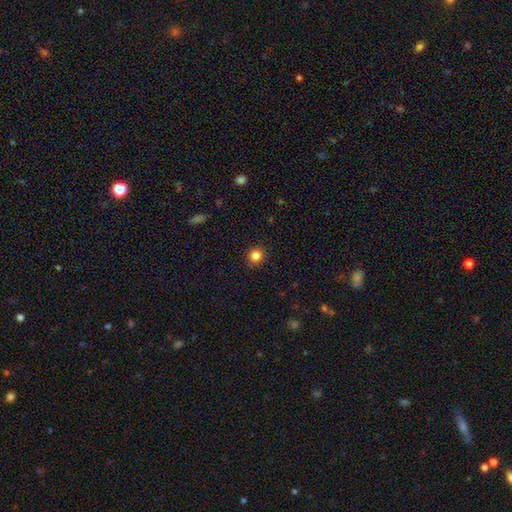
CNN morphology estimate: This appears to be a smooth galaxy with no disk features (84%) that is round (90%). Merging: none (91%).